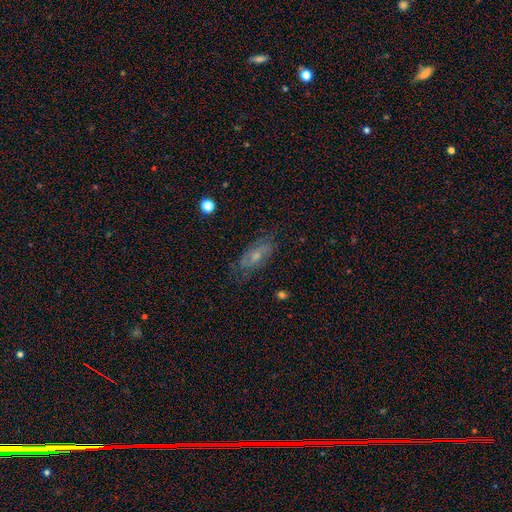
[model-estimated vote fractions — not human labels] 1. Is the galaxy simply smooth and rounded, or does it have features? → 53% featured or disk, 37% smooth, 10% star or artifact.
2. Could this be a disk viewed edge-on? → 86% no, 14% yes.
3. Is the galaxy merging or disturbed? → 71% none, 20% minor disturbance, 7% major disturbance, 2% merger.